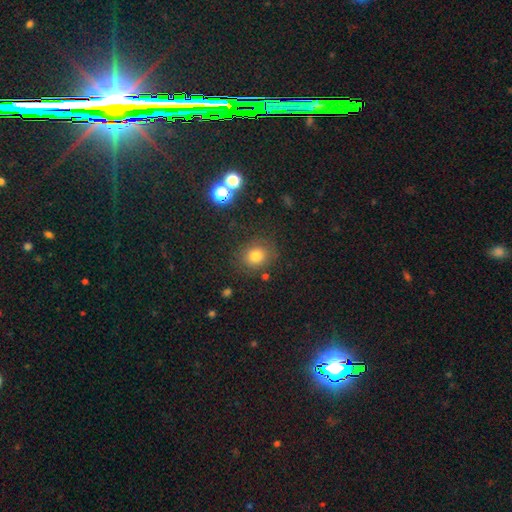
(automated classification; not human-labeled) Smooth or featured?
  - smooth: 75% *
  - star or artifact: 16%
  - featured or disk: 9%
How rounded?
  - round: 72% *
  - in between: 27%
  - cigar-shaped: 1%
Merging?
  - none: 81% *
  - minor disturbance: 11%
  - major disturbance: 4%
  - merger: 3%